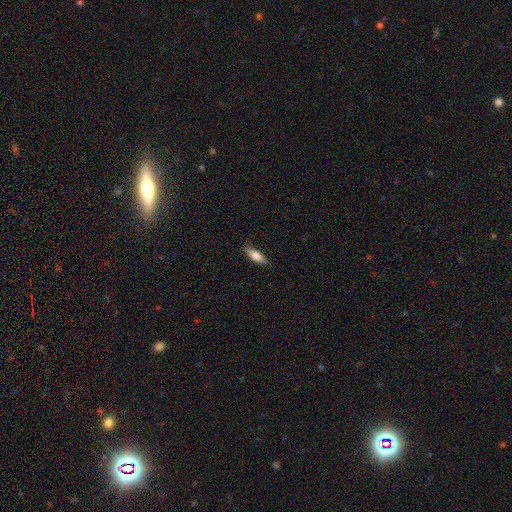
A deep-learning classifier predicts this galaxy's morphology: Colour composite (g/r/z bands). It shows a smooth galaxy with no disk features (75%) that is in between round and cigar-shaped (59%). Merging: none (81%).